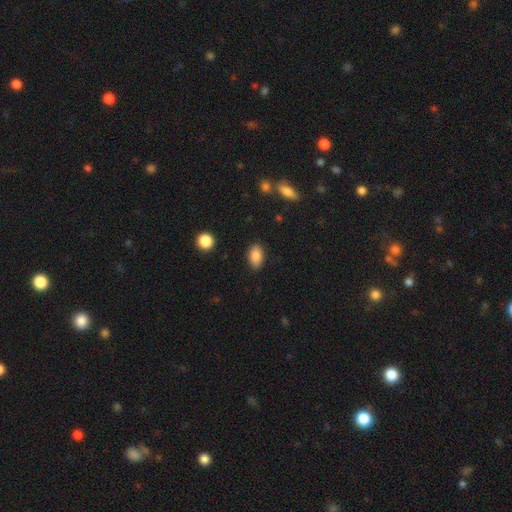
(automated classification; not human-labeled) Q: Smooth or featured?
A: smooth (86%); runner-up: star or artifact (8%)
Q: How rounded?
A: in between (91%); runner-up: round (7%)
Q: Merging?
A: none (87%); runner-up: minor disturbance (9%)